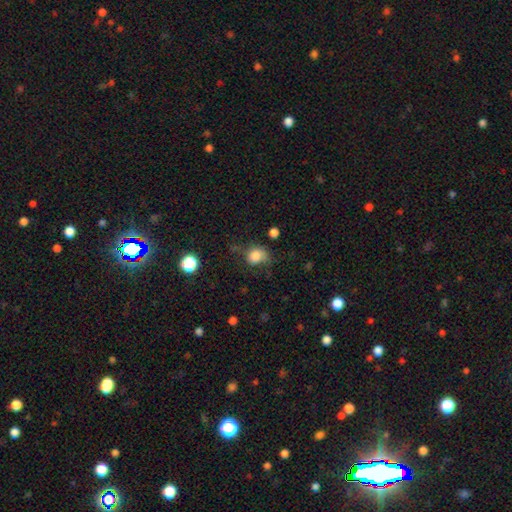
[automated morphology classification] Smooth or featured? Predicted: smooth (p=0.80). How rounded? Predicted: round (p=0.64). Merging? Predicted: none (p=0.48).